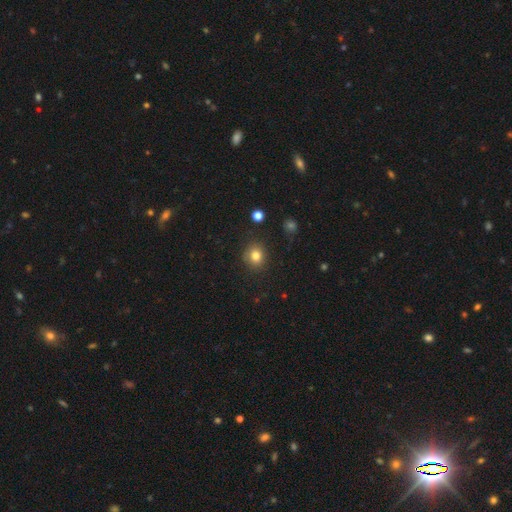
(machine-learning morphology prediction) The model was most divided on "how rounded": round: 83%, in between: 16%, cigar-shaped: 1%. More confident: merging — none (86%); smooth or featured — smooth (81%).